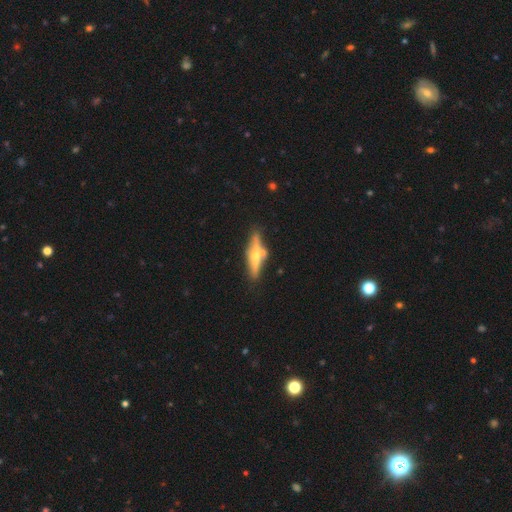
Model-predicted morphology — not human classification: featured or disk 65%, smooth 29%, star or artifact 7%. Down the decision tree: edge-on disk — yes (92%); edge-on bulge — rounded (89%); merging — none (69%).